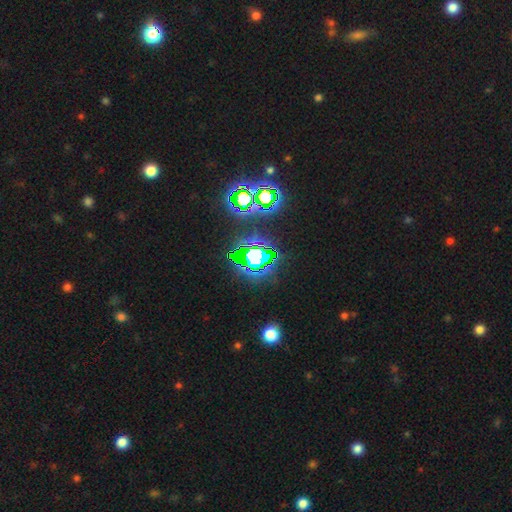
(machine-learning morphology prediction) Overall: star or artifact (69%).